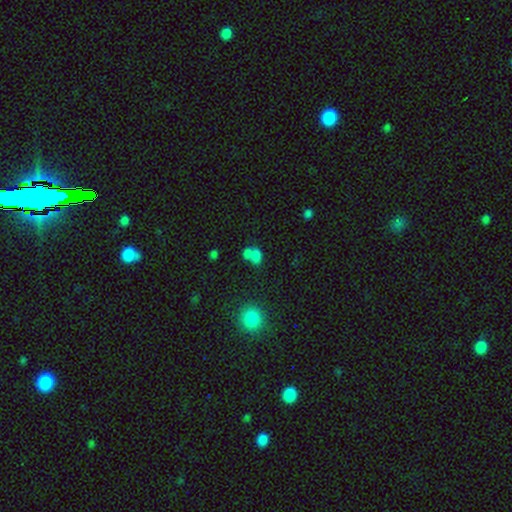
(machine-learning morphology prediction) Smooth or featured? smooth (74%)
How rounded? in between (68%)
Merging? merger (58%)